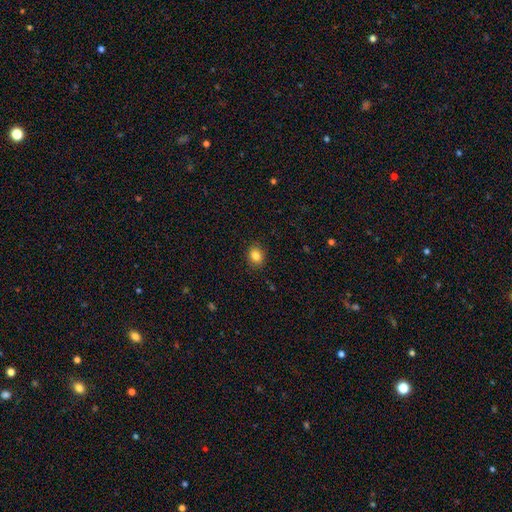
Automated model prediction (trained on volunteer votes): This is clearly a smooth galaxy (84%). How rounded: possibly round (50%). Merging: clearly none (88%).